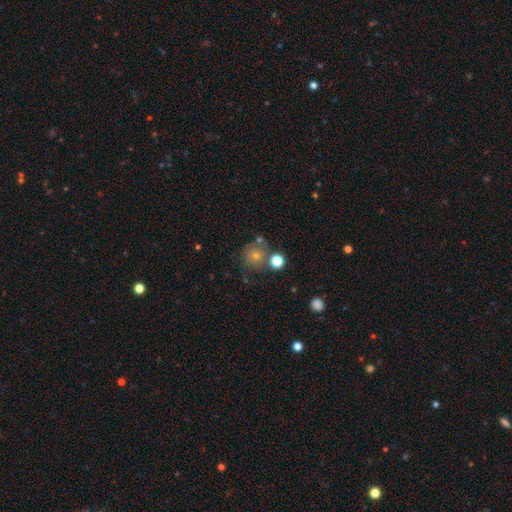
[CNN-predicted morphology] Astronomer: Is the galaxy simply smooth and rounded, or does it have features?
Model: smooth — 57%.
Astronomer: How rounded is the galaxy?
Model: round — 91%.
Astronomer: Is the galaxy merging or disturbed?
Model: none — 71%.